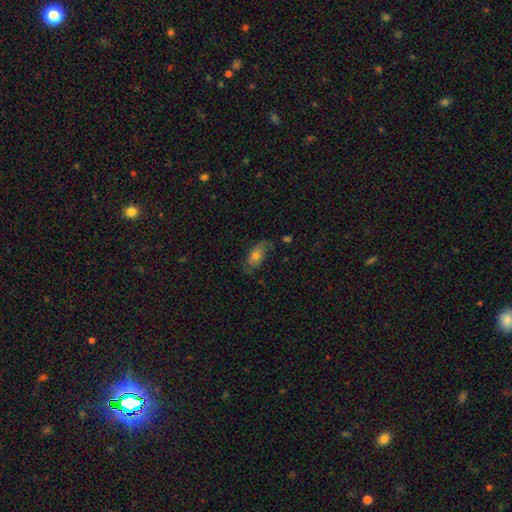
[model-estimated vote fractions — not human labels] smooth_or_featured: smooth (p=0.51) [alt: featured or disk p=0.40]
how_rounded: in between (p=0.87) [alt: round p=0.08]
merging: none (p=0.63) [alt: minor disturbance p=0.24]